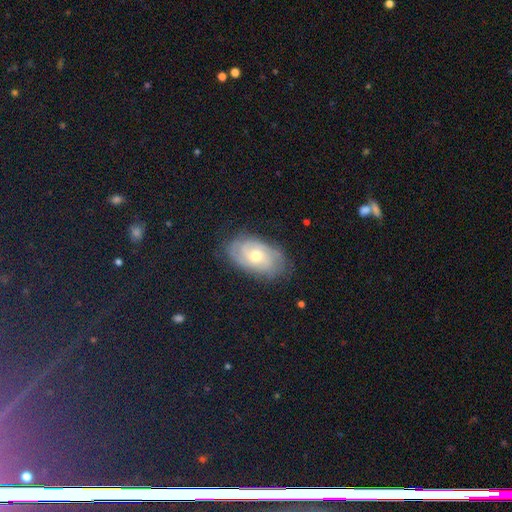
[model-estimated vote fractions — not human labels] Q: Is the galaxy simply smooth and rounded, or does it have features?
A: featured or disk — 74%.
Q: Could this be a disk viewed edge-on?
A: no — 95%.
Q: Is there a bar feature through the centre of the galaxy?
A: no — 73%.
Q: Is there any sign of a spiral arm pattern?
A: yes — 91%.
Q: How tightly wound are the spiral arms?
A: tight — 65%.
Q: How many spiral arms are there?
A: can't tell — 41%.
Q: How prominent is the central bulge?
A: moderate — 64%.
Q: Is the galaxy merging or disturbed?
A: none — 77%.